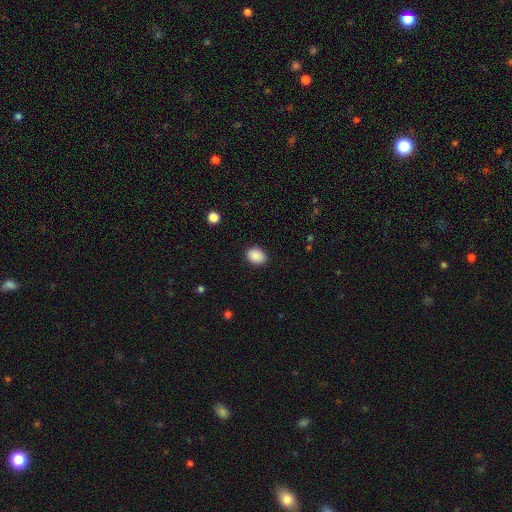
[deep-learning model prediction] smooth_or_featured: smooth (p=0.89) [alt: star or artifact p=0.08]
how_rounded: in between (p=0.66) [alt: round p=0.33]
merging: none (p=0.89) [alt: minor disturbance p=0.08]